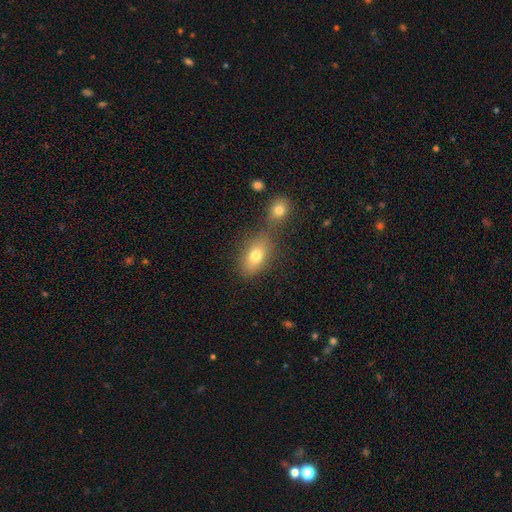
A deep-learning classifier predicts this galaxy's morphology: Overall: smooth (76%). How rounded: in between (82%). Merging: none (56%; merger 28%).